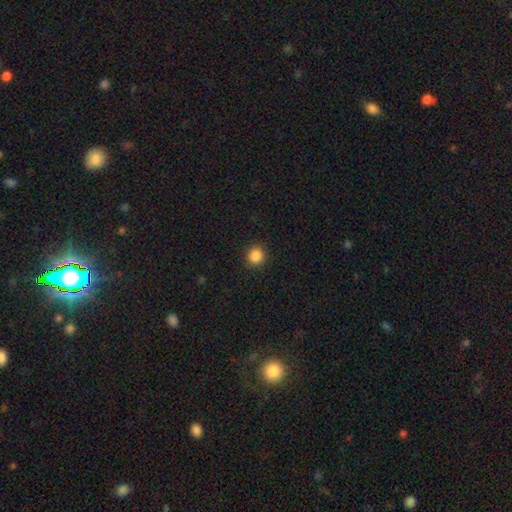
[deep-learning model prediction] smooth_or_featured: smooth (p=0.87) [alt: star or artifact p=0.10]
how_rounded: round (p=0.91) [alt: in between p=0.08]
merging: none (p=0.92) [alt: minor disturbance p=0.05]